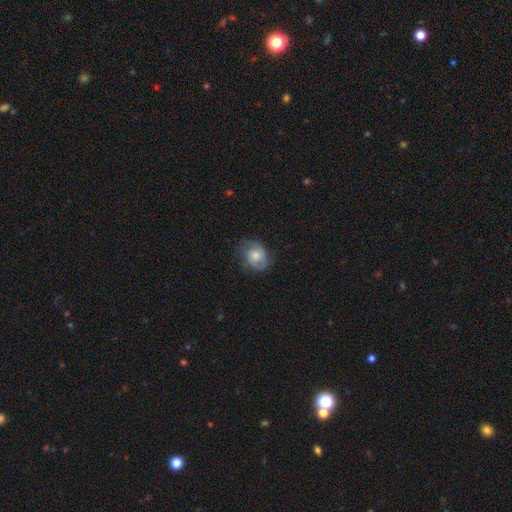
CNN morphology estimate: Smooth or featured? featured or disk (52%)
Edge-on disk? no (97%)
Bar? no (73%)
Spiral arms? yes (83%)
Bulge size? moderate (57%)
Merging? none (64%)